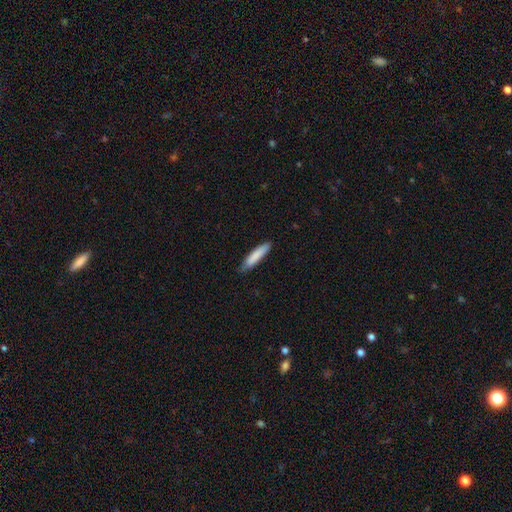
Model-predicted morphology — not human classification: Q: Smooth or featured?
A: smooth (84%); runner-up: featured or disk (10%)
Q: How rounded?
A: cigar-shaped (84%); runner-up: in between (15%)
Q: Merging?
A: none (81%); runner-up: minor disturbance (16%)